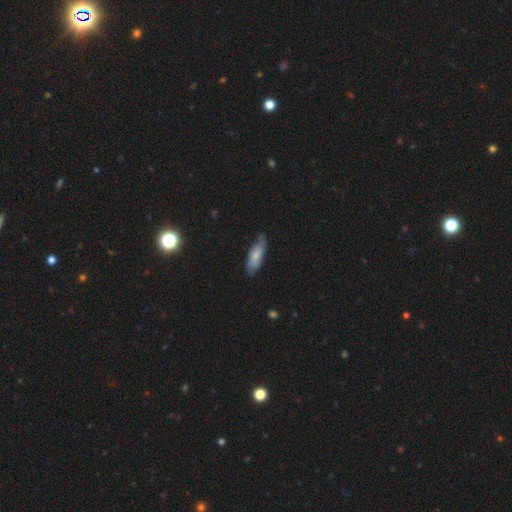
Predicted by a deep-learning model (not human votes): smooth-or-featured: smooth: 57% | featured or disk: 37% | star or artifact: 6%
  how-rounded: in between: 64% | cigar-shaped: 34% | round: 2%
  merging: none: 70% | minor disturbance: 23% | major disturbance: 5% | merger: 1%